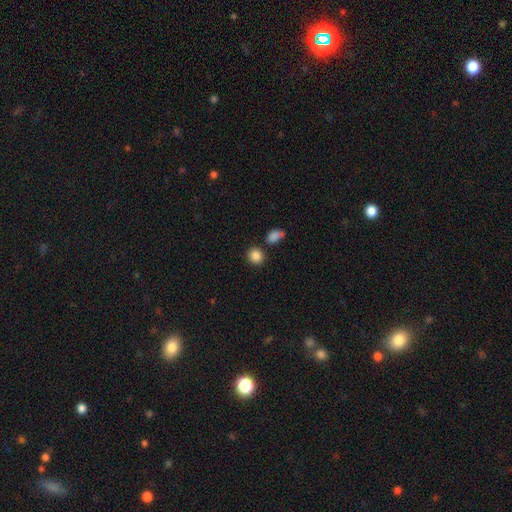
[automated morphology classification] Overall: smooth (86%). How rounded: round (80%). Merging: none (79%).